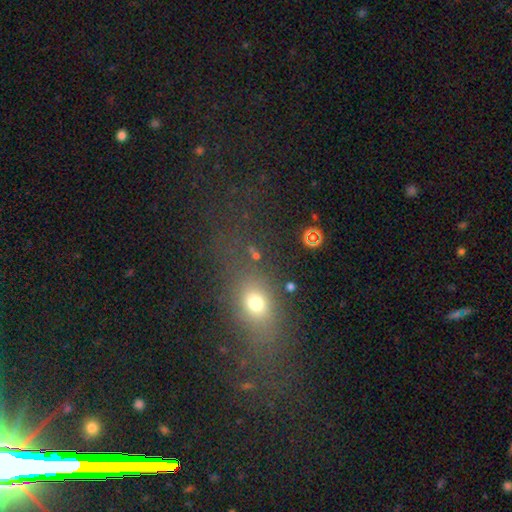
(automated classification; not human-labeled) The model was most divided on "how rounded": in between: 51%, round: 42%, cigar-shaped: 7%. More confident: smooth or featured — smooth (64%); merging — none (64%).